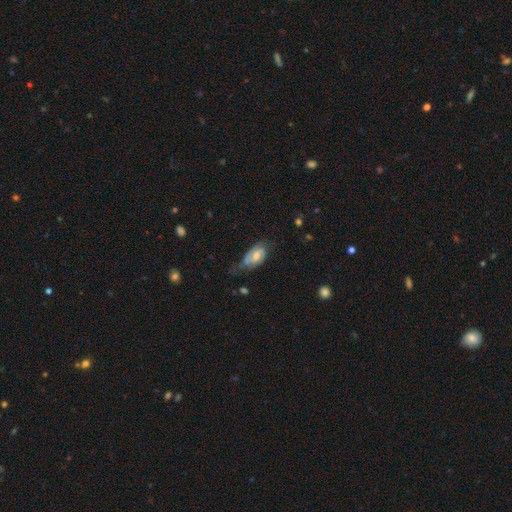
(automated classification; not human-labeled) featured or disk 53%, smooth 39%, star or artifact 8%. Down the decision tree: edge-on disk — no (93%); merging — none (41%).